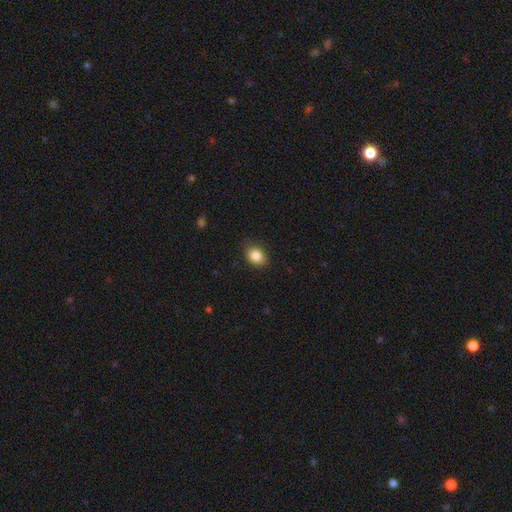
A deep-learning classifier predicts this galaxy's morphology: A smooth galaxy with no disk features (85%) that is in between round and cigar-shaped (61%). Merging: none (82%).